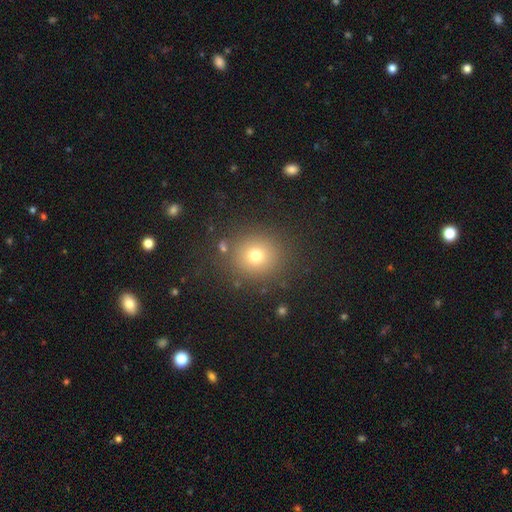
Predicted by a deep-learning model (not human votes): A smooth galaxy with no disk features (72%) that is round (90%). Merging: none (85%).